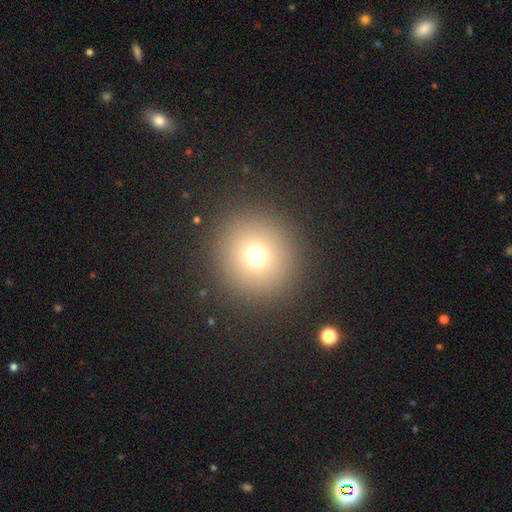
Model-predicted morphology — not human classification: Smooth or featured?
  - smooth: 69% *
  - star or artifact: 22%
  - featured or disk: 9%
How rounded?
  - round: 93% *
  - in between: 6%
  - cigar-shaped: 1%
Merging?
  - none: 90% *
  - minor disturbance: 5%
  - major disturbance: 4%
  - merger: 2%